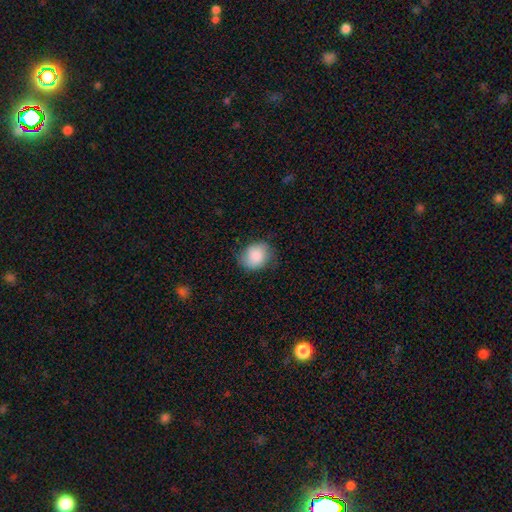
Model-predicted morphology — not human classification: Overall: smooth (82%). How rounded: round (59%; in between 40%). Merging: none (69%).